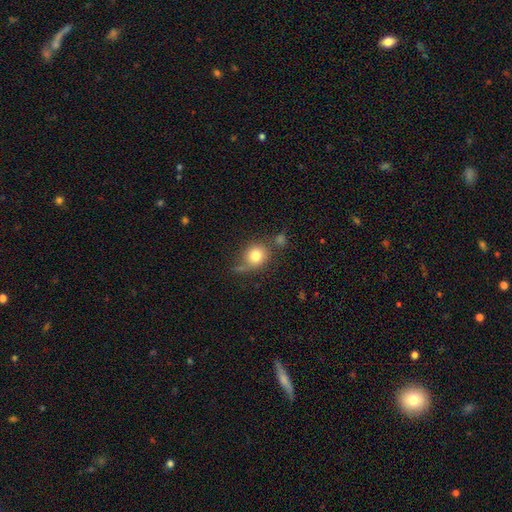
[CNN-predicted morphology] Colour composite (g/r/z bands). It shows a smooth galaxy with no disk features (78%) that is round (77%). Merging: none (53%).